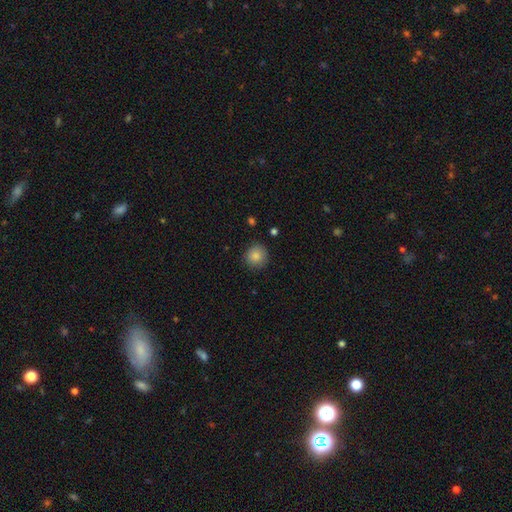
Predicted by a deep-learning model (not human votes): The model was most divided on "smooth or featured": smooth: 85%, star or artifact: 9%, featured or disk: 5%. More confident: how rounded — round (89%); merging — none (87%).